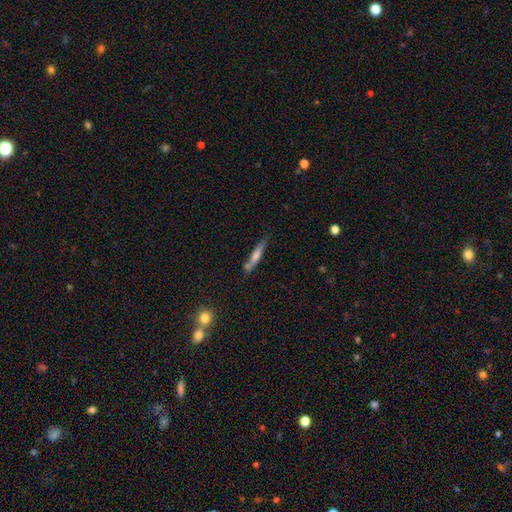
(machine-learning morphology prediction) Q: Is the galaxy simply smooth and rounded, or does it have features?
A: featured or disk — 48%.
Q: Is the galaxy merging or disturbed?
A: none — 73%.